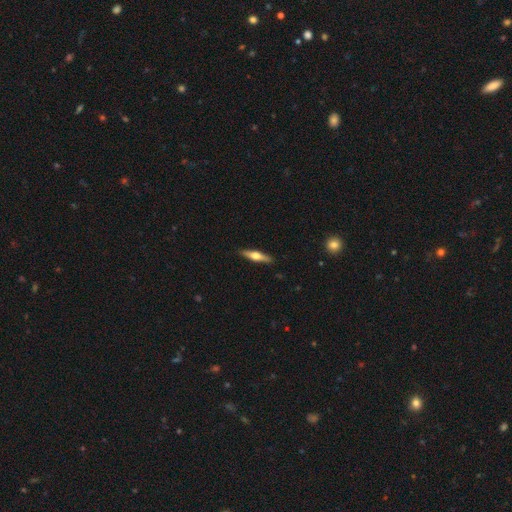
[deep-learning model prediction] smooth_or_featured: featured or disk (p=0.59) [alt: smooth p=0.36]
disk_edge_on: yes (p=0.96) [alt: no p=0.04]
edge_on_bulge: rounded (p=0.93) [alt: boxy p=0.05]
merging: none (p=0.90) [alt: minor disturbance p=0.08]